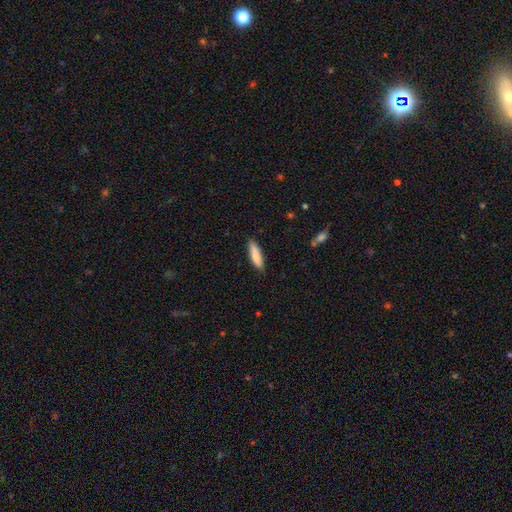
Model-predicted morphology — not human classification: Smooth or featured? smooth (84%)
How rounded? cigar-shaped (65%)
Merging? none (87%)